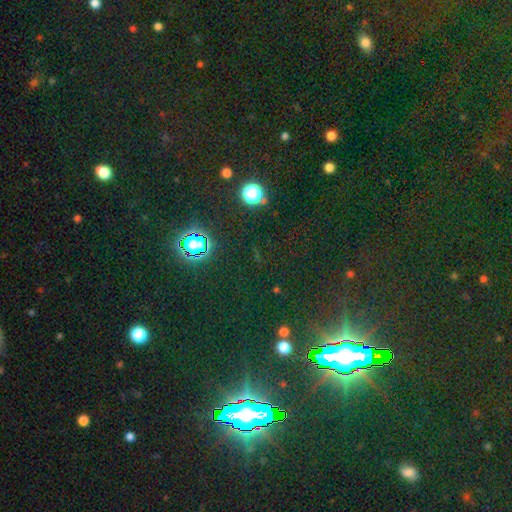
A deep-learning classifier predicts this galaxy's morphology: A star or artifact, not a galaxy (80%).

Vote fractions:
- Smooth or featured? star or artifact: 80% / smooth: 13% / featured or disk: 8%